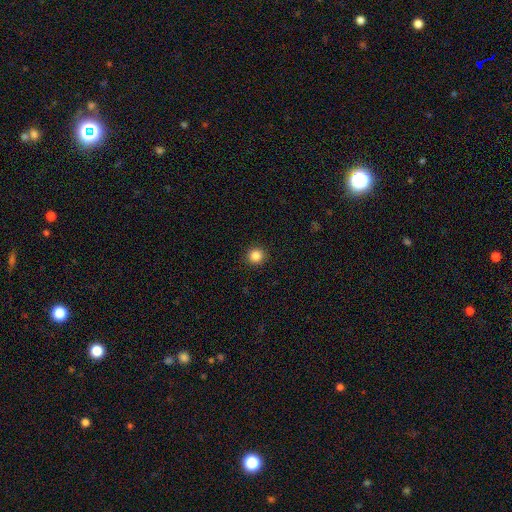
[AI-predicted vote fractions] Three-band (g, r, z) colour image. It shows a smooth galaxy with no disk features (85%) that is round (95%). Merging: none (93%).